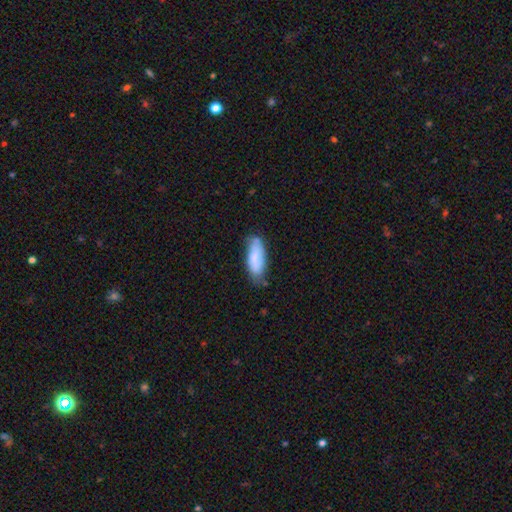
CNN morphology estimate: smooth 78%, featured or disk 16%, star or artifact 6%. Down the decision tree: how rounded — in between (71%); merging — none (67%).